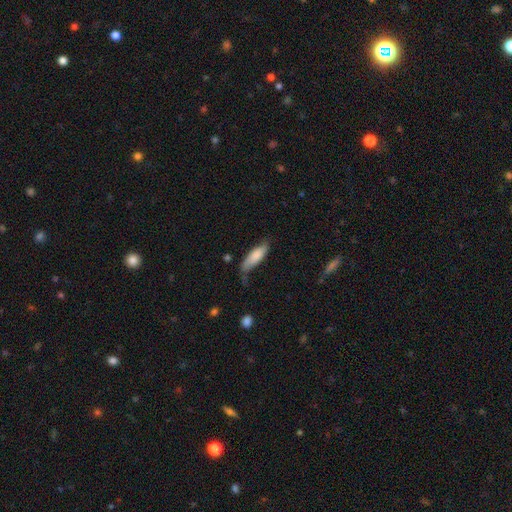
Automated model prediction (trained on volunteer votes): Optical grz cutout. It shows a smooth galaxy with no disk features (77%) that is in between round and cigar-shaped (54%). Merging: none (52%).